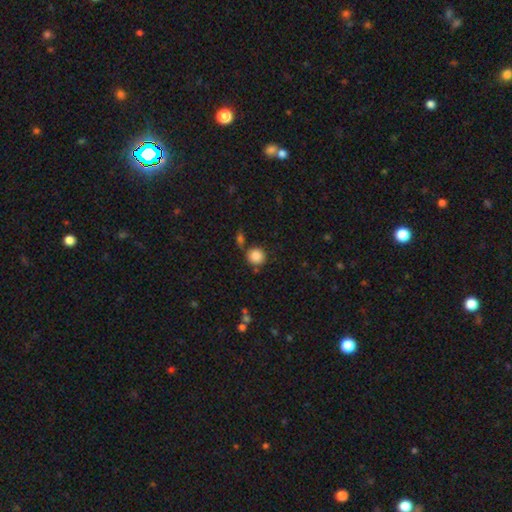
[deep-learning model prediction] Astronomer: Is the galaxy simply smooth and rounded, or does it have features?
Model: smooth — 87%.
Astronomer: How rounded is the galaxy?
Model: round — 90%.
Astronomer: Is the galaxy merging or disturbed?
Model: none — 75%.